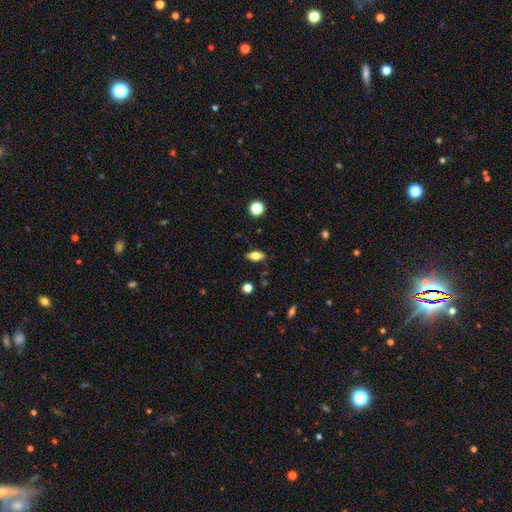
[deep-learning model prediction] Overall: smooth (68%). How rounded: in between (82%). Merging: none (86%).